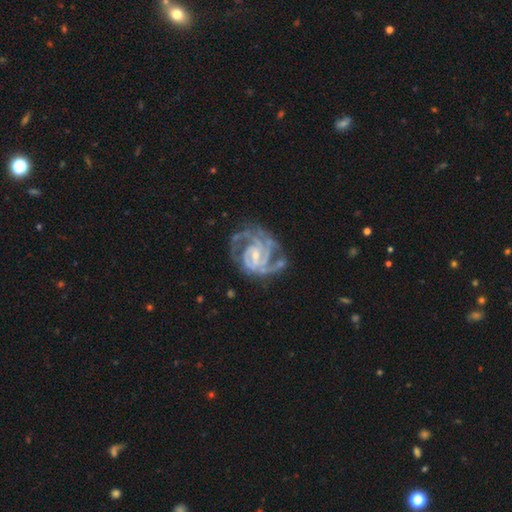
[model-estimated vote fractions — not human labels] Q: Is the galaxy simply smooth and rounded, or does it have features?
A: featured or disk — 92%.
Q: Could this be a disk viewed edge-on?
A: no — 98%.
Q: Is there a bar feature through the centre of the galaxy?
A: weak — 46%.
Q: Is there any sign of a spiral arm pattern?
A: yes — 98%.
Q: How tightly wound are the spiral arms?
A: tight — 55%.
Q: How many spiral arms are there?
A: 3 — 38%.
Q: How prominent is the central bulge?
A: small — 65%.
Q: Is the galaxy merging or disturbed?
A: none — 54%.